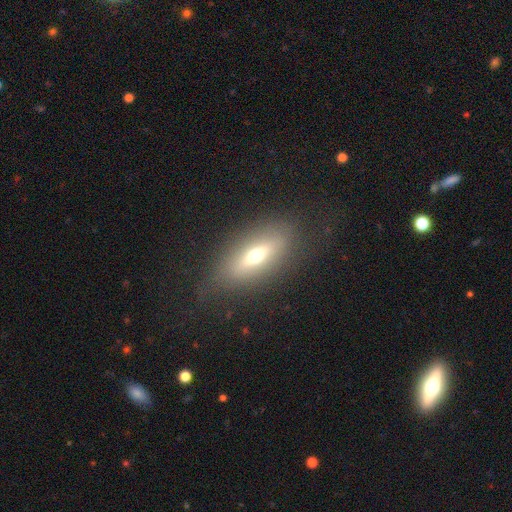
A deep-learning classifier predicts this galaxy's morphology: smooth-or-featured: smooth: 50% | featured or disk: 41% | star or artifact: 10%
  merging: none: 79% | minor disturbance: 13% | major disturbance: 7% | merger: 1%